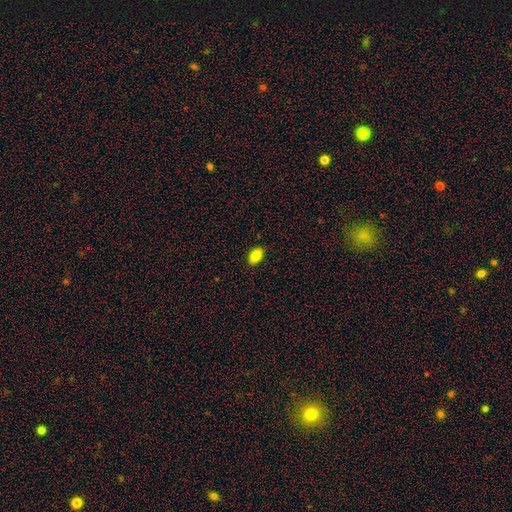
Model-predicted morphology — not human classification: Smooth or featured? Predicted: smooth (p=0.85). How rounded? Predicted: in between (p=0.90). Merging? Predicted: none (p=0.89).